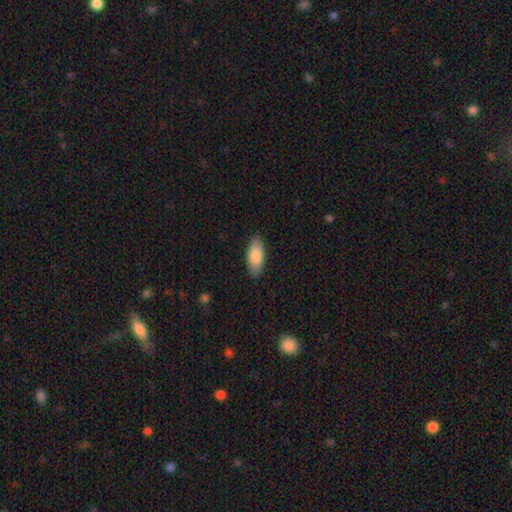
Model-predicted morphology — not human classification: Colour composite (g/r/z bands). It shows a smooth galaxy with no disk features (87%) that is in between round and cigar-shaped (87%). Merging: none (87%).